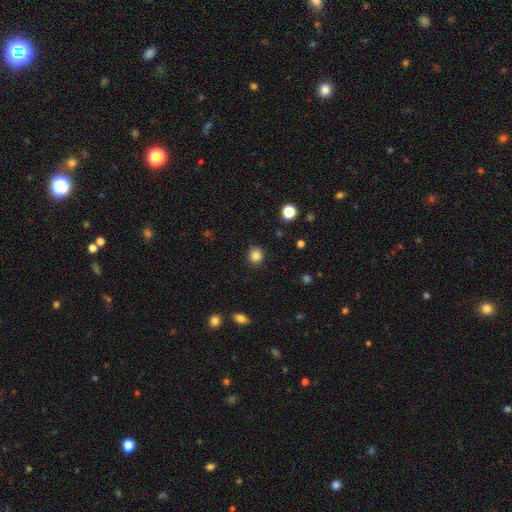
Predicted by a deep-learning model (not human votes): Q: Smooth or featured?
A: smooth (84%); runner-up: star or artifact (11%)
Q: How rounded?
A: round (87%); runner-up: in between (12%)
Q: Merging?
A: none (89%); runner-up: minor disturbance (7%)